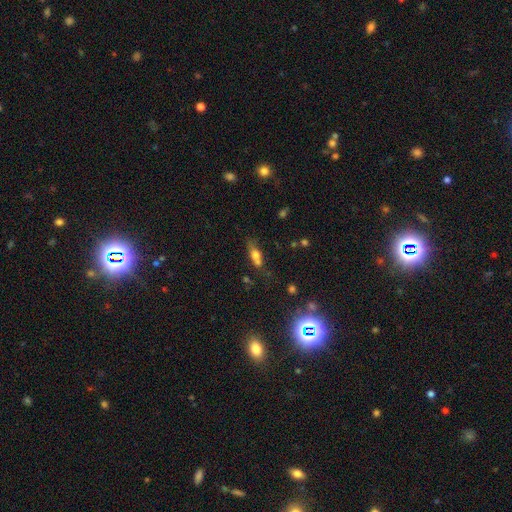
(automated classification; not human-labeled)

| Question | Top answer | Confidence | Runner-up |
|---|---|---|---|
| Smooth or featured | smooth | 64% | featured or disk (23%) |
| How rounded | in between | 63% | cigar-shaped (27%) |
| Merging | none | 41% | merger (27%) |